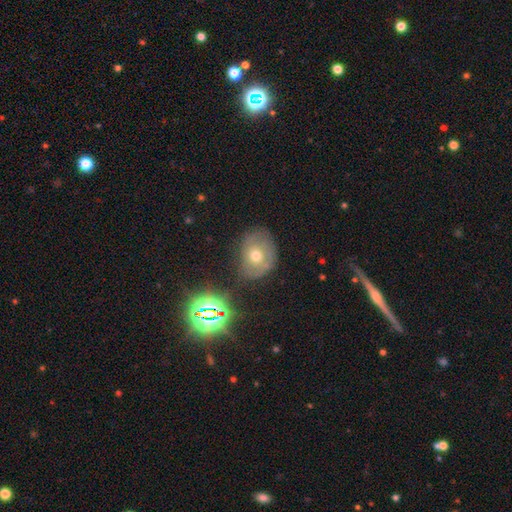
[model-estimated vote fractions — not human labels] A smooth galaxy with no disk features (47%).

Vote fractions:
- Smooth or featured? smooth: 47% / featured or disk: 36% / star or artifact: 17%
- Merging? none: 62% / minor disturbance: 25% / major disturbance: 10% / merger: 3%